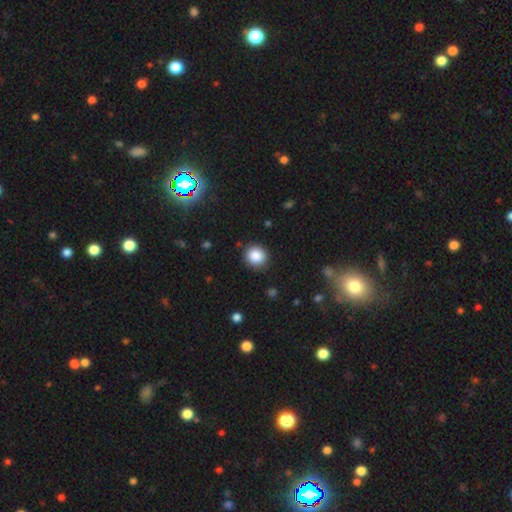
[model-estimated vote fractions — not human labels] smooth-or-featured: smooth: 86% | star or artifact: 10% | featured or disk: 4%
  how-rounded: round: 90% | in between: 9% | cigar-shaped: 1%
  merging: none: 89% | minor disturbance: 8% | major disturbance: 2% | merger: 1%